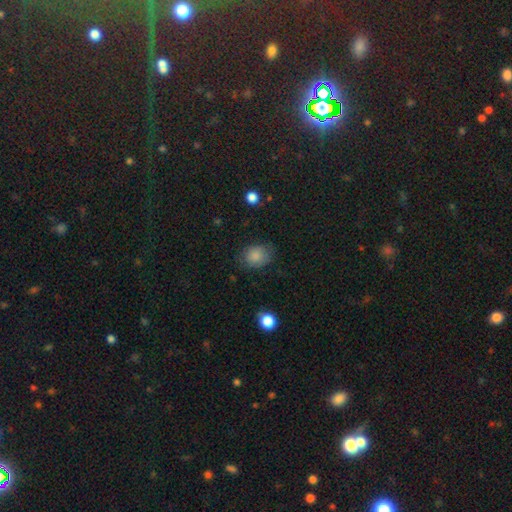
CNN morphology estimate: Smooth or featured? Predicted: smooth (p=0.84). How rounded? Predicted: in between (p=0.52). Merging? Predicted: none (p=0.70).